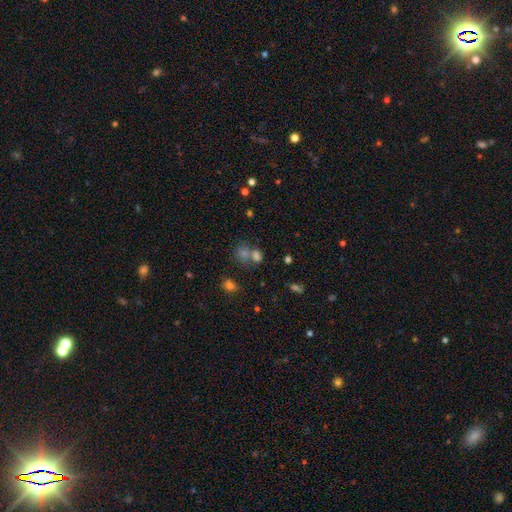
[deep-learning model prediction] Q: Smooth or featured?
A: smooth (68%); runner-up: star or artifact (21%)
Q: How rounded?
A: round (50%); runner-up: in between (49%)
Q: Merging?
A: merger (44%); runner-up: none (41%)